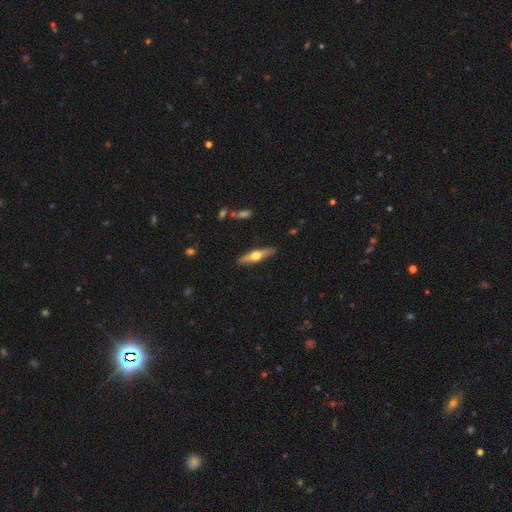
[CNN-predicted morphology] type=featured or disk (59%); edge-on=yes (94%); edge-on bulge=rounded (95%); merging=none (89%).